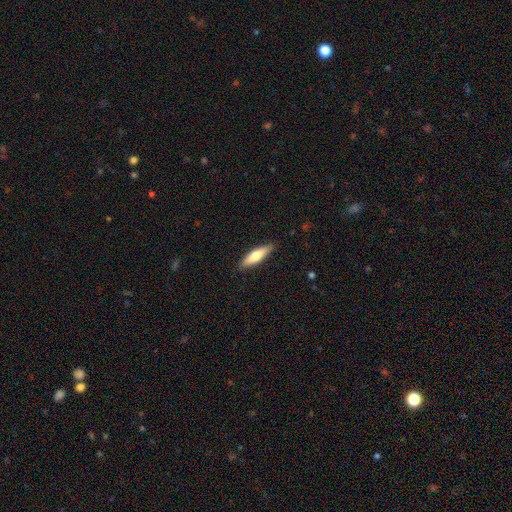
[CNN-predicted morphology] smooth 65%, featured or disk 30%, star or artifact 5%. Down the decision tree: how rounded — cigar-shaped (67%); merging — none (88%).